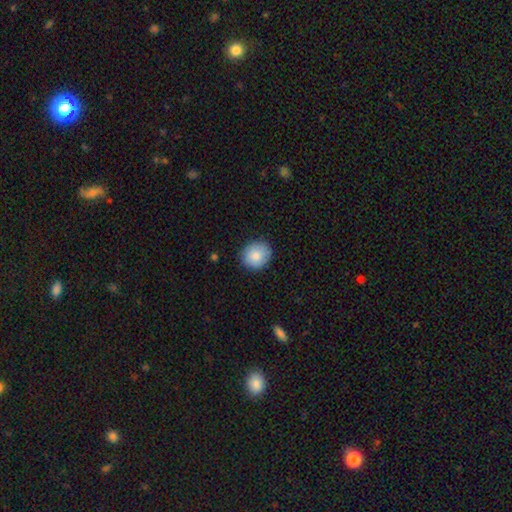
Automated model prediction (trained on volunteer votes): A smooth galaxy with no disk features (85%) that is round (80%).

Vote fractions:
- Smooth or featured? smooth: 85% / featured or disk: 8% / star or artifact: 7%
- How rounded? round: 80% / in between: 19% / cigar-shaped: 1%
- Merging? none: 87% / minor disturbance: 10% / major disturbance: 2% / merger: 1%